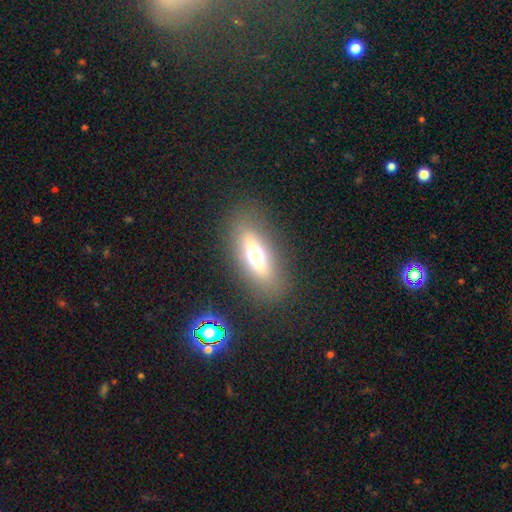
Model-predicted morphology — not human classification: Smooth or featured? Predicted: smooth (p=0.53). How rounded? Predicted: in between (p=0.69). Merging? Predicted: none (p=0.83).